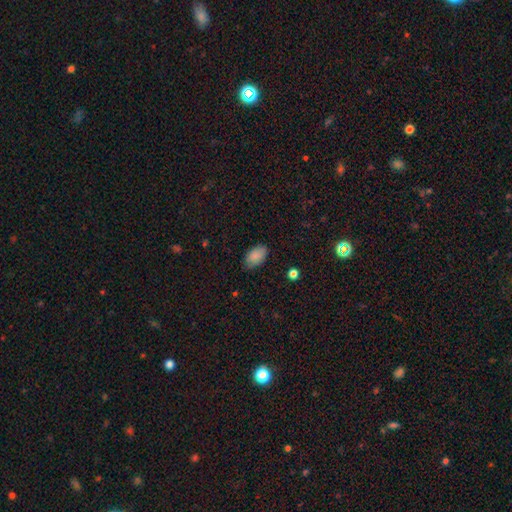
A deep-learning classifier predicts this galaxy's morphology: smooth-or-featured: smooth: 88% | star or artifact: 7% | featured or disk: 5%
  how-rounded: in between: 93% | round: 5% | cigar-shaped: 1%
  merging: none: 80% | minor disturbance: 16% | major disturbance: 3% | merger: 1%